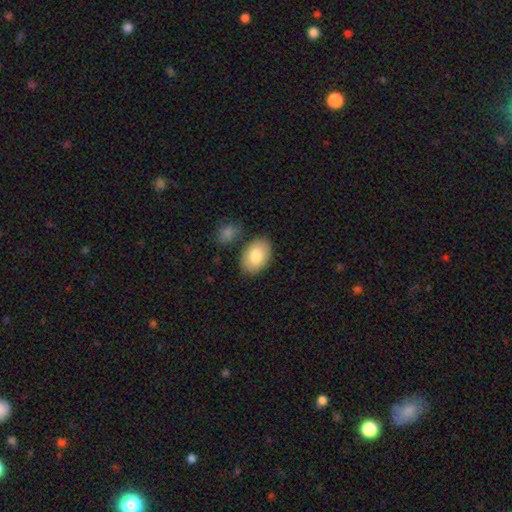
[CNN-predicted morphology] This appears to be a smooth galaxy with no disk features (82%) that is in between round and cigar-shaped (87%). Merging: none (80%).